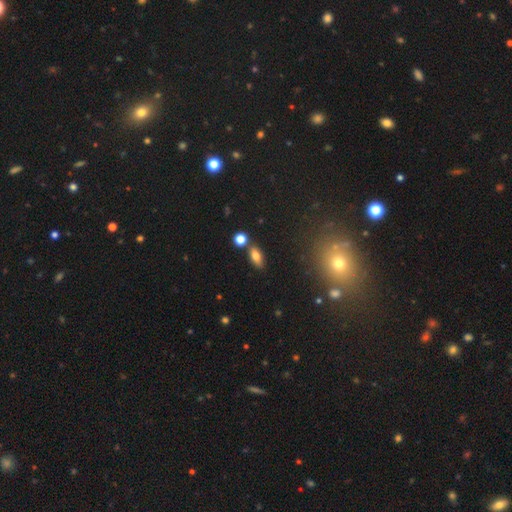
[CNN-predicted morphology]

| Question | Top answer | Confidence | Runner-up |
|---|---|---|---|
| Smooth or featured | smooth | 74% | featured or disk (15%) |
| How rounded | in between | 82% | cigar-shaped (11%) |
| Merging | none | 76% | merger (11%) |